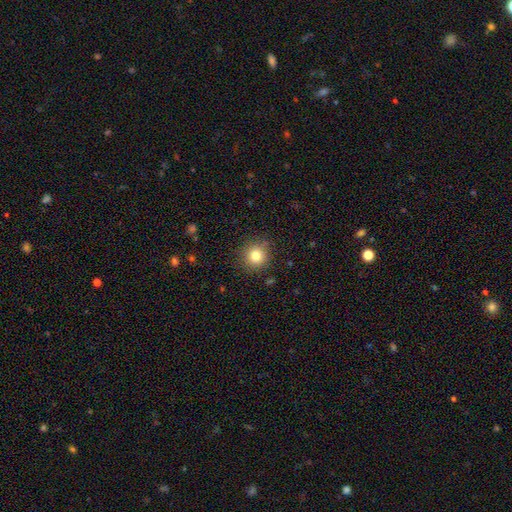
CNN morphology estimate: This appears to be a smooth galaxy with no disk features (80%) that is round (93%). Merging: none (88%).